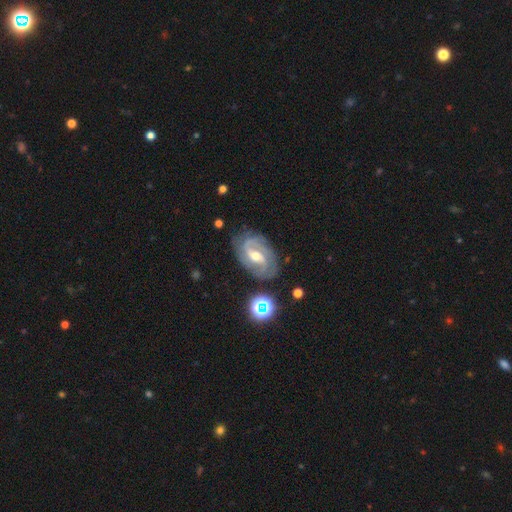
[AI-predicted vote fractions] This is clearly a featured or disk galaxy (87%). It is clearly not viewed edge-on (96%). Bar: possibly weak (51%). Spiral arm pattern: clearly yes (96%). Spiral arm count: likely 2 (64%). Spiral winding: possibly medium (47%). Central bulge: likely moderate (63%). Merging: likely none (77%).